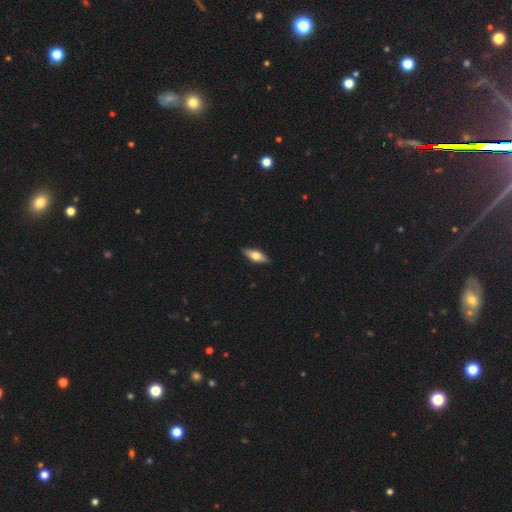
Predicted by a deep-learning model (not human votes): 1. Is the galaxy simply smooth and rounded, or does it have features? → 55% smooth, 39% featured or disk, 6% star or artifact.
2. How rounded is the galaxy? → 64% in between, 33% cigar-shaped, 3% round.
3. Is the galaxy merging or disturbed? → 89% none, 8% minor disturbance, 2% major disturbance, 1% merger.